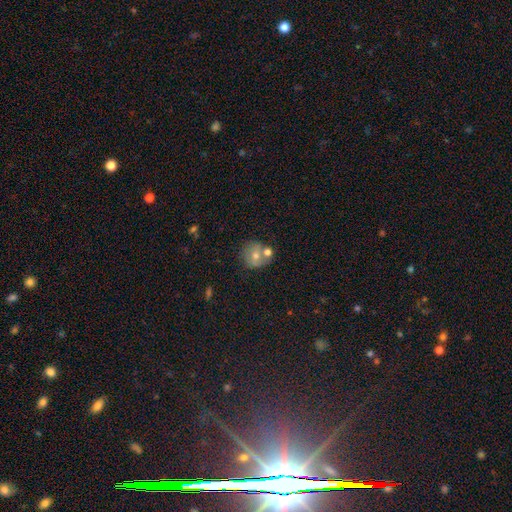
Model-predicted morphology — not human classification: Overall: smooth (56%; featured or disk 30%). How rounded: round (86%). Merging: none (63%).